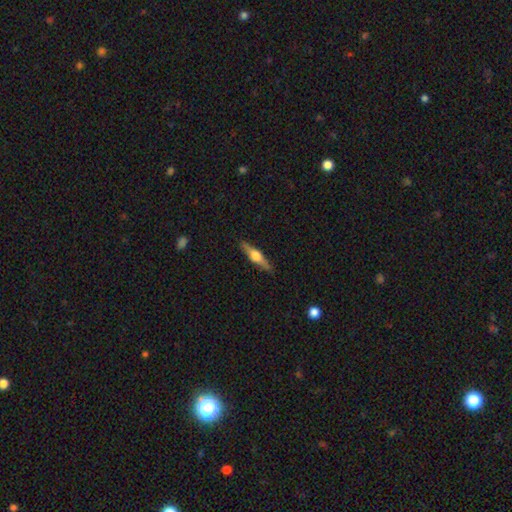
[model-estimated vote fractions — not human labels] A featured or disk galaxy (69%) viewed edge-on (97%) with a rounded central bulge (91%).

Vote fractions:
- Smooth or featured? featured or disk: 69% / smooth: 25% / star or artifact: 6%
- Edge-on disk? yes: 97% / no: 3%
- Edge-on bulge? rounded: 91% / boxy: 7% / none: 2%
- Merging? none: 88% / minor disturbance: 9% / major disturbance: 2% / merger: 1%